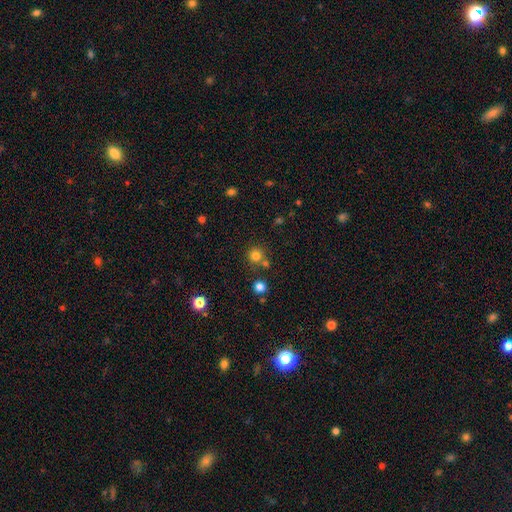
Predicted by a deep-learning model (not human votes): A smooth galaxy with no disk features (78%) that is round (93%).

Vote fractions:
- Smooth or featured? smooth: 78% / star or artifact: 16% / featured or disk: 6%
- How rounded? round: 93% / in between: 6% / cigar-shaped: 1%
- Merging? none: 73% / merger: 16% / minor disturbance: 8% / major disturbance: 3%